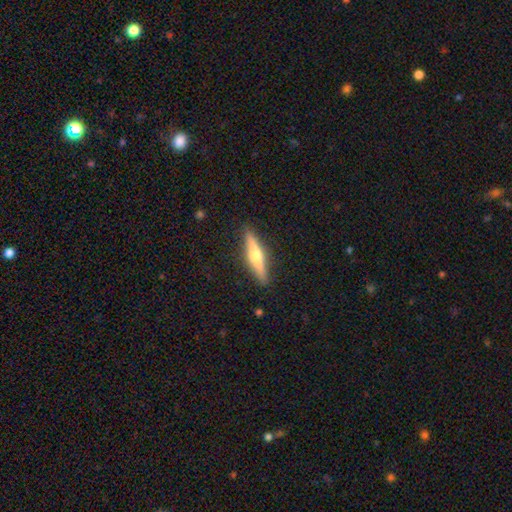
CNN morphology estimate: The model was most divided on "smooth or featured": featured or disk: 60%, smooth: 34%, star or artifact: 5%. More confident: edge-on disk — yes (96%); edge-on bulge — rounded (93%); merging — none (90%).